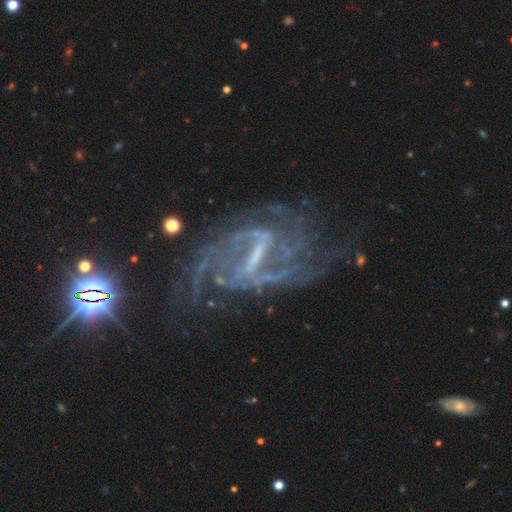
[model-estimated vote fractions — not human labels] smooth_or_featured: featured or disk (p=0.87) [alt: star or artifact p=0.09]
disk_edge_on: no (p=0.96) [alt: yes p=0.04]
bar: strong (p=0.61) [alt: weak p=0.31]
has_spiral_arms: yes (p=0.94) [alt: no p=0.06]
spiral_winding: medium (p=0.46) [alt: loose p=0.27]
spiral_arm_count: 2 (p=0.39) [alt: can't tell p=0.25]
bulge_size: small (p=0.41) [alt: none p=0.37]
merging: none (p=0.54) [alt: major disturbance p=0.24]